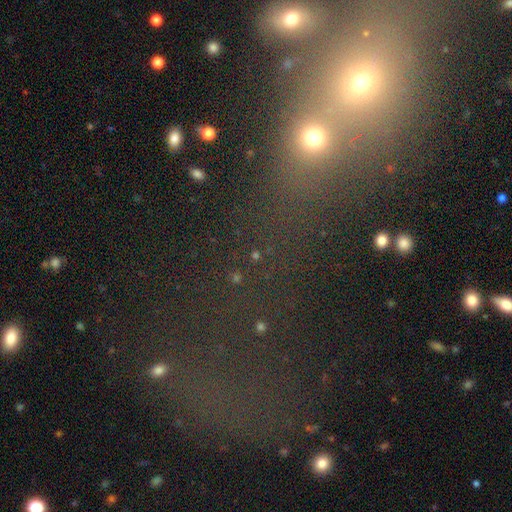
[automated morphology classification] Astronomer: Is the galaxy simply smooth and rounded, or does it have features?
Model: star or artifact — 49% (runner-up: smooth, 37%).